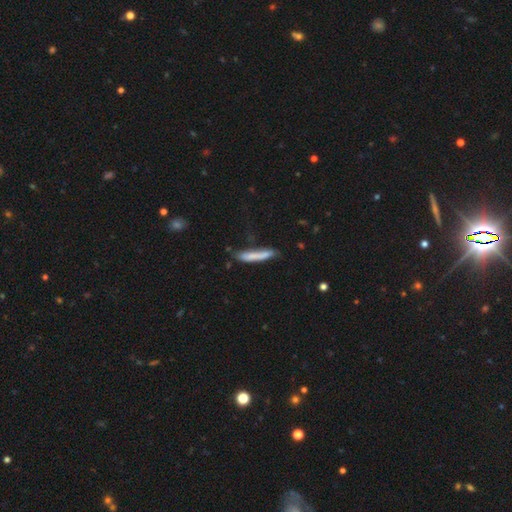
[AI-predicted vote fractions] This appears to be a smooth galaxy with no disk features (72%) that is cigar-shaped (92%). Merging: none (61%).